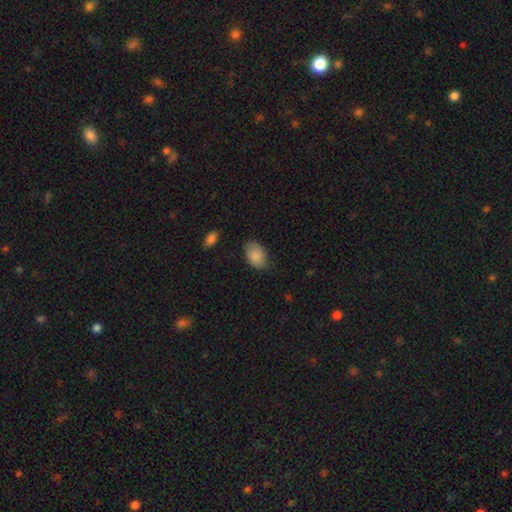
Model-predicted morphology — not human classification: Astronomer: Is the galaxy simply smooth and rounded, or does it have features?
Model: smooth — 86%.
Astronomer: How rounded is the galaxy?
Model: in between — 88%.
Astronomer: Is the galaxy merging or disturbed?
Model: none — 76%.